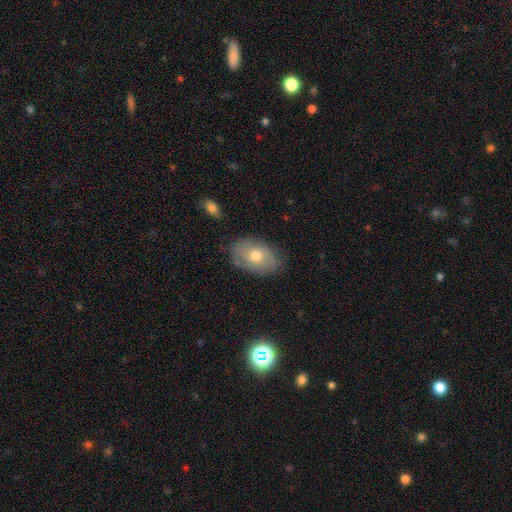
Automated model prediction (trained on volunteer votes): This appears to be a smooth galaxy with no disk features (64%) that is in between round and cigar-shaped (85%). Merging: none (79%).